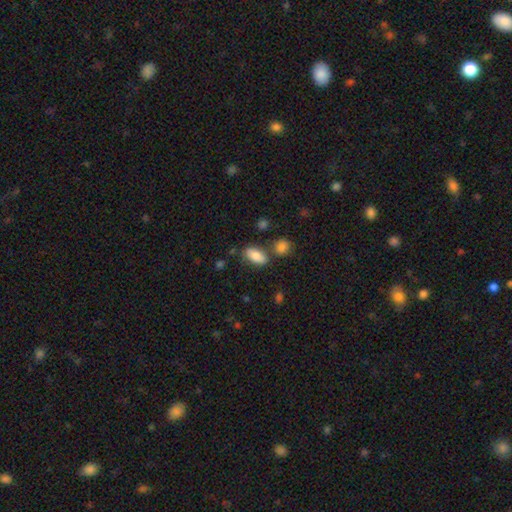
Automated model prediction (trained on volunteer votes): Smooth or featured?
  - smooth: 82% *
  - featured or disk: 10%
  - star or artifact: 7%
How rounded?
  - in between: 90% *
  - cigar-shaped: 6%
  - round: 4%
Merging?
  - none: 70% *
  - minor disturbance: 15%
  - merger: 11%
  - major disturbance: 4%